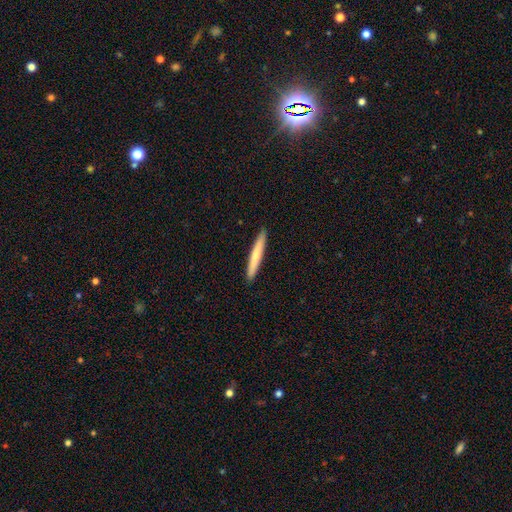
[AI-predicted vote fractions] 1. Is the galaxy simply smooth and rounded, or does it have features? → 68% smooth, 27% featured or disk, 5% star or artifact.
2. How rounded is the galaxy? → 96% cigar-shaped, 3% in between, 1% round.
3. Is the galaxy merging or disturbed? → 92% none, 6% minor disturbance, 1% major disturbance, 1% merger.